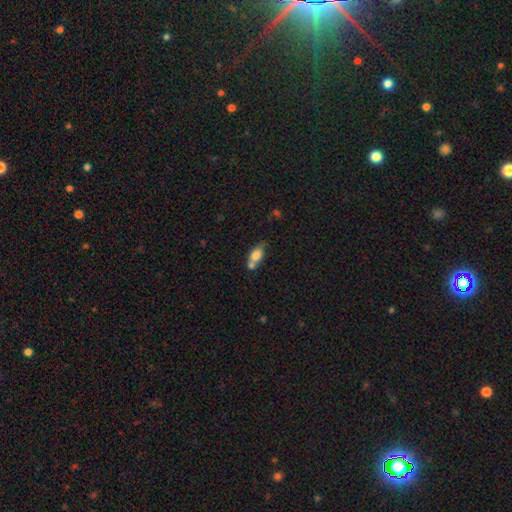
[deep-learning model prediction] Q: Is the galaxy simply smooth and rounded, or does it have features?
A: smooth — 75%.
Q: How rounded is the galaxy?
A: in between — 77%.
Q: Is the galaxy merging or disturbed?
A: merger — 43%.